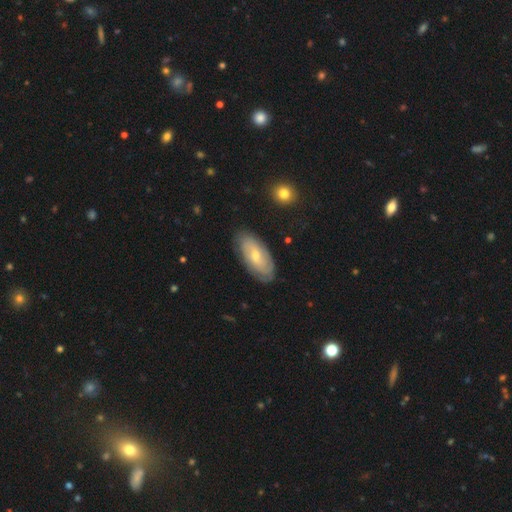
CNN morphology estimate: Q: Smooth or featured?
A: featured or disk (56%); runner-up: smooth (38%)
Q: Edge-on disk?
A: no (89%); runner-up: yes (11%)
Q: Merging?
A: none (81%); runner-up: minor disturbance (14%)